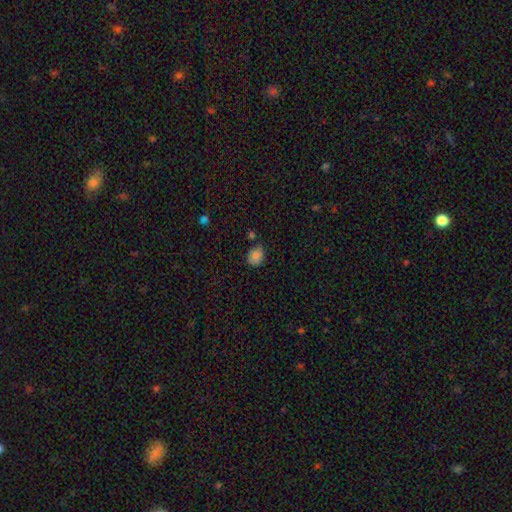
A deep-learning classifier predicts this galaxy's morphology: Overall: smooth (81%). How rounded: in between (50%; round 49%). Merging: none (63%; minor disturbance 27%).